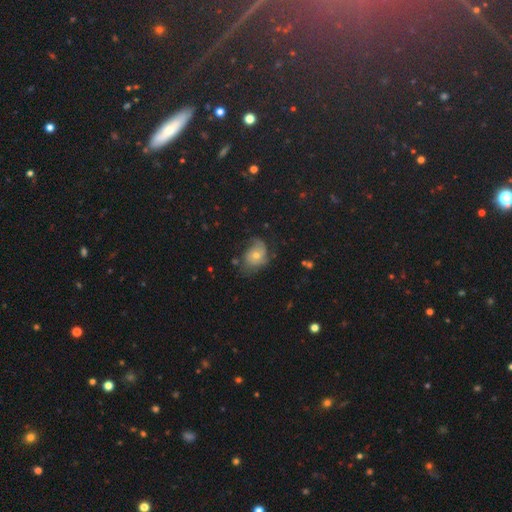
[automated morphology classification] Overall: featured or disk (47%; smooth 40%). Merging: none (47%; minor disturbance 30%).